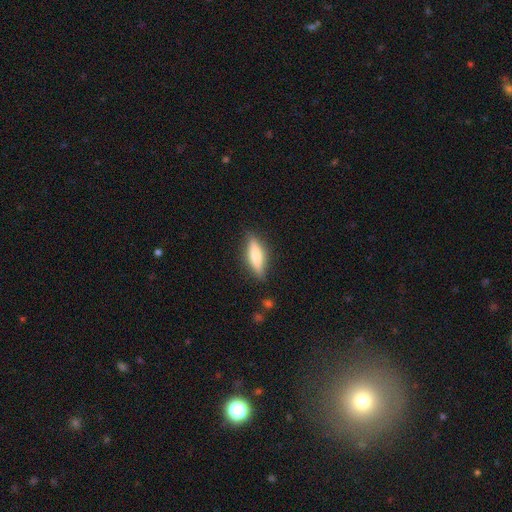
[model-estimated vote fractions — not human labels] This appears to be a smooth galaxy with no disk features (58%) that is cigar-shaped (59%). Merging: none (83%).